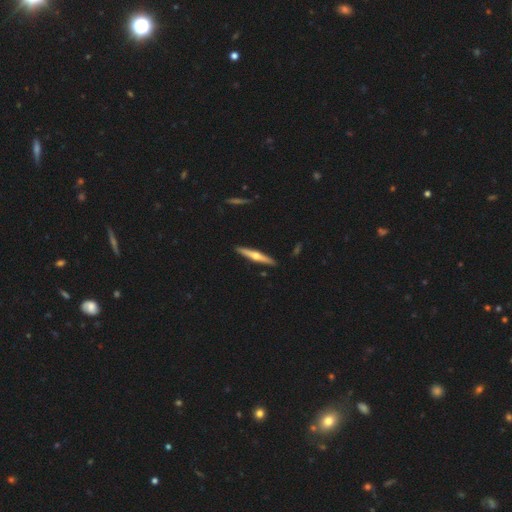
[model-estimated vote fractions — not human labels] A featured or disk galaxy (63%) viewed edge-on (96%) with a rounded central bulge (91%). Merging: none (91%).